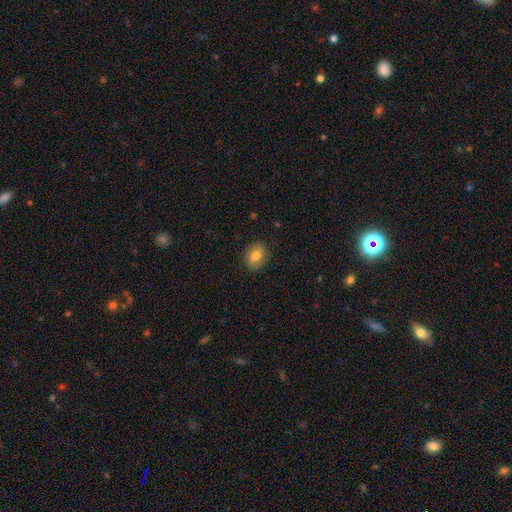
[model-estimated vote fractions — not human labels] The model was most divided on "how rounded": in between: 68%, round: 30%, cigar-shaped: 2%. More confident: merging — none (86%); smooth or featured — smooth (76%).